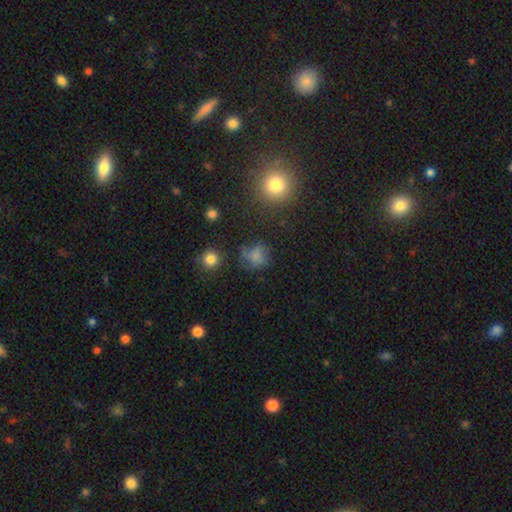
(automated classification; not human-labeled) Morphology: type=smooth (65%); roundness=round (73%); merging=none (55%).